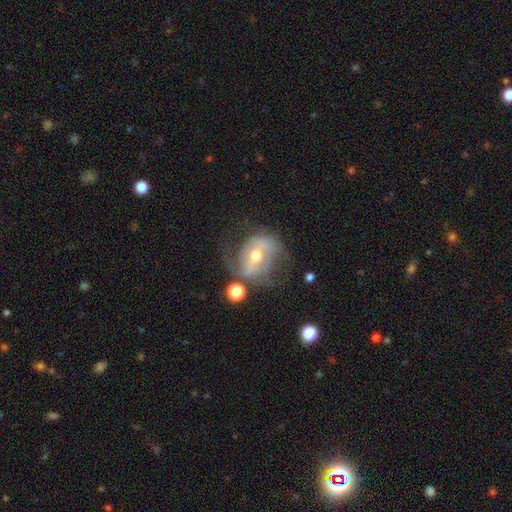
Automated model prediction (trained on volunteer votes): Smooth or featured?
  - featured or disk: 75% *
  - smooth: 17%
  - star or artifact: 8%
Edge-on disk?
  - no: 96% *
  - yes: 4%
Bar?
  - weak: 38% *
  - strong: 36%
  - no: 26%
Spiral arms?
  - yes: 80% *
  - no: 20%
Spiral winding?
  - medium: 43% *
  - loose: 34%
  - tight: 23%
Spiral arm count?
  - 2: 69% *
  - can't tell: 15%
  - 1: 10%
  - 3: 3%
  - 4: 1%
  - more than 4: 1%
Bulge size?
  - moderate: 65% *
  - small: 30%
  - large: 3%
  - none: 1%
  - dominant: 1%
Merging?
  - none: 48% *
  - major disturbance: 24%
  - minor disturbance: 22%
  - merger: 6%